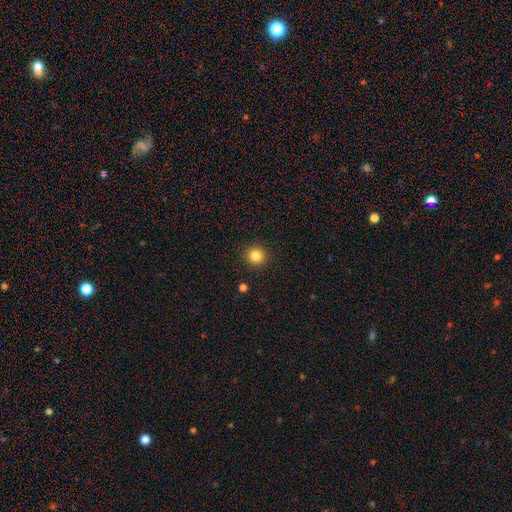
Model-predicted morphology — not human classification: Smooth or featured? smooth (84%)
How rounded? round (93%)
Merging? none (92%)